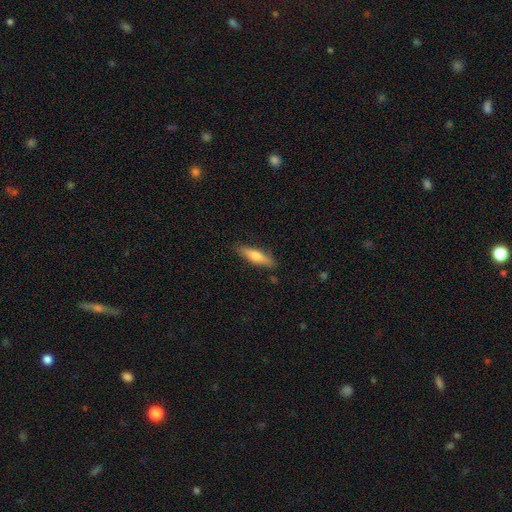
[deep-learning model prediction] A smooth galaxy with no disk features (61%) that is cigar-shaped (70%). Merging: none (85%).